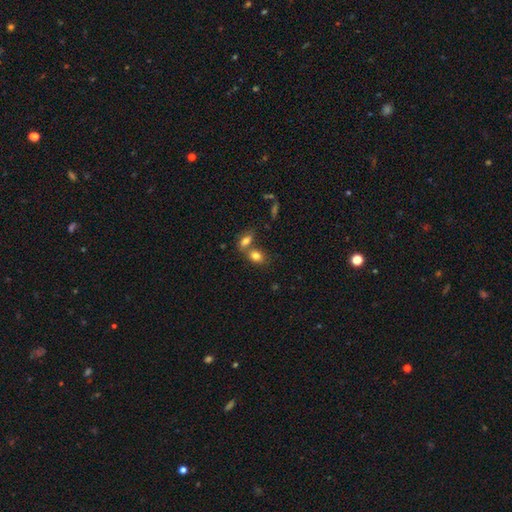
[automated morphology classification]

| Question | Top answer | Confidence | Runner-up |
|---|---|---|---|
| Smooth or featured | smooth | 81% | featured or disk (10%) |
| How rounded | in between | 75% | round (22%) |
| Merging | merger | 45% | none (42%) |